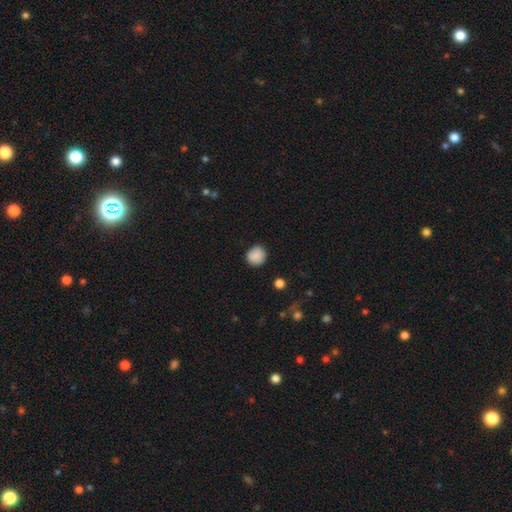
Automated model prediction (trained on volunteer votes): Smooth or featured? Predicted: smooth (p=0.88). How rounded? Predicted: round (p=0.90). Merging? Predicted: none (p=0.86).